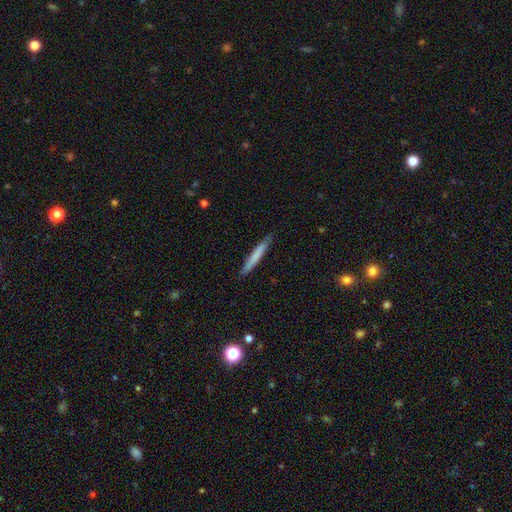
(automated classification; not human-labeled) Overall: smooth (71%). How rounded: cigar-shaped (96%). Merging: none (87%).